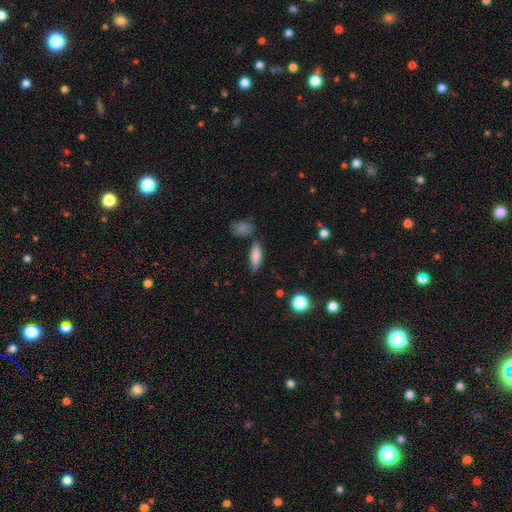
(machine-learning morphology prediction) Smooth or featured?
  - smooth: 82% *
  - featured or disk: 11%
  - star or artifact: 7%
How rounded?
  - in between: 55% *
  - cigar-shaped: 43%
  - round: 3%
Merging?
  - none: 77% *
  - minor disturbance: 14%
  - merger: 6%
  - major disturbance: 3%